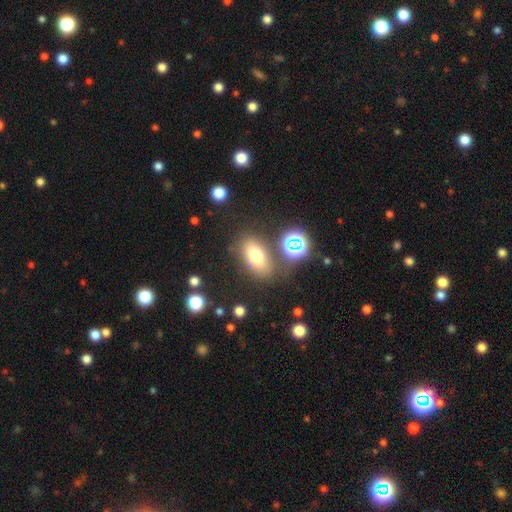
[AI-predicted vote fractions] Smooth or featured? smooth (70%)
How rounded? in between (82%)
Merging? none (75%)